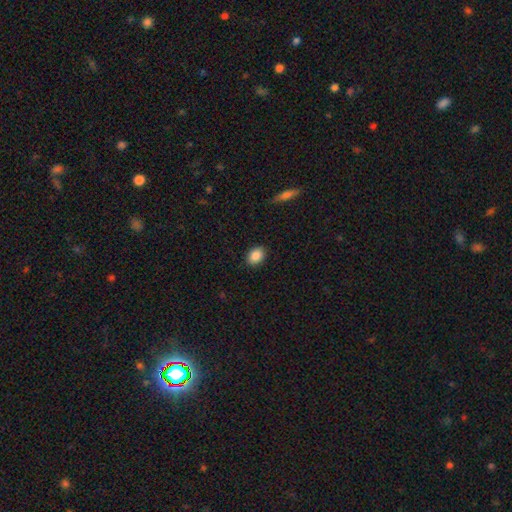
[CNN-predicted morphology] A smooth galaxy with no disk features (88%) that is in between round and cigar-shaped (68%).

Vote fractions:
- Smooth or featured? smooth: 88% / star or artifact: 8% / featured or disk: 4%
- How rounded? in between: 68% / round: 31% / cigar-shaped: 1%
- Merging? none: 89% / minor disturbance: 8% / major disturbance: 2% / merger: 1%